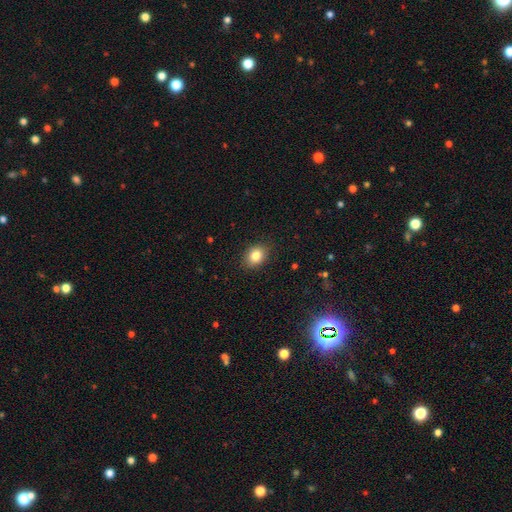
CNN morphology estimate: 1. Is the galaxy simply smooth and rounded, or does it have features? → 83% smooth, 10% star or artifact, 7% featured or disk.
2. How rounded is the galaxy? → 54% in between, 45% round, 1% cigar-shaped.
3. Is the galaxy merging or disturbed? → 88% none, 9% minor disturbance, 2% major disturbance, 1% merger.